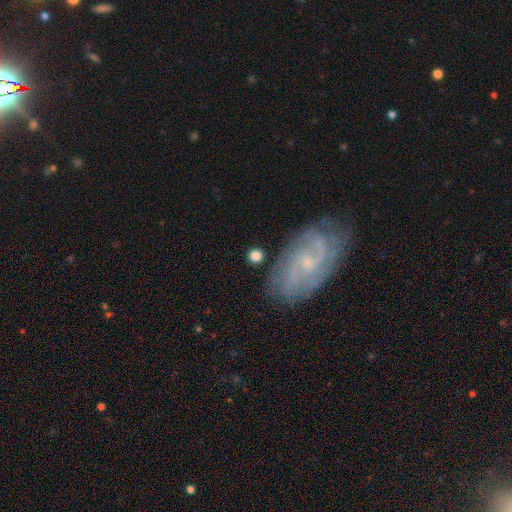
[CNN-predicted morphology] This is likely a smooth galaxy (74%). How rounded: likely round (78%). Merging: clearly none (83%).